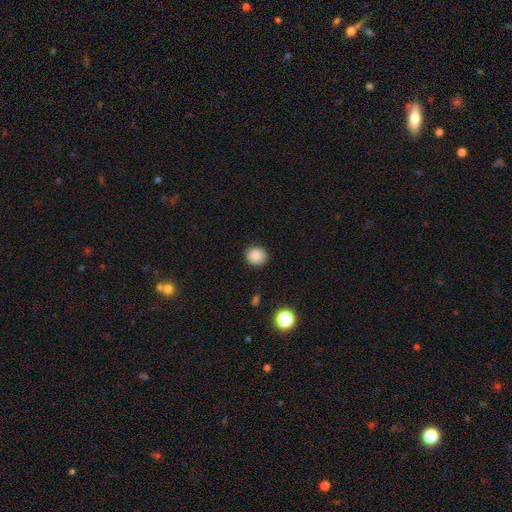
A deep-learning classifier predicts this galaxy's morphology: Smooth or featured? smooth (86%)
How rounded? round (84%)
Merging? none (89%)